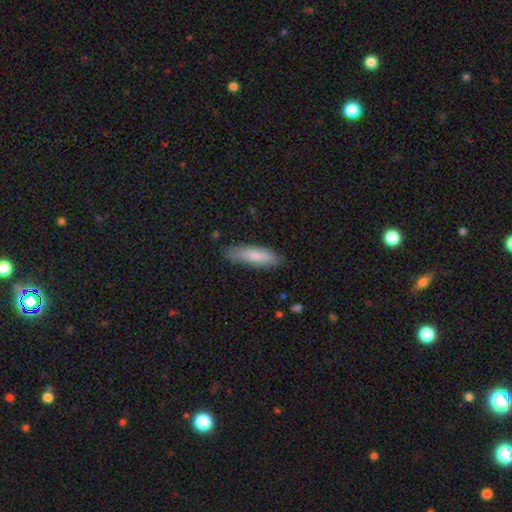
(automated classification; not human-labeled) Overall: smooth (81%). How rounded: cigar-shaped (59%; in between 40%). Merging: none (80%).